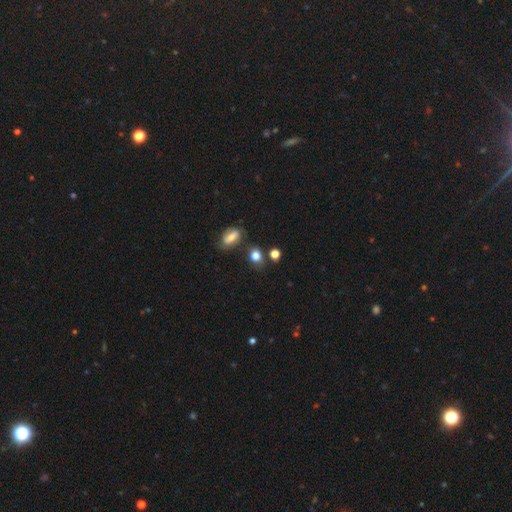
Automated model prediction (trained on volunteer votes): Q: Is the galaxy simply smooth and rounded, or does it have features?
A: smooth — 78%.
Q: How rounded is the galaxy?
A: round — 58%.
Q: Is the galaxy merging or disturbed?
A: none — 71%.